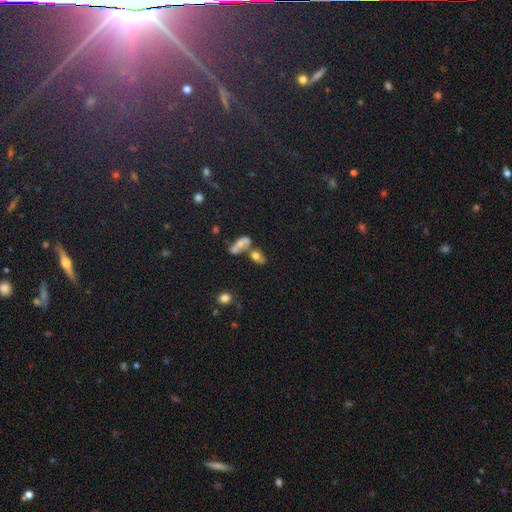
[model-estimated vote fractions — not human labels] A smooth galaxy with no disk features (60%) that is in between round and cigar-shaped (77%). Merging: merger (52%).